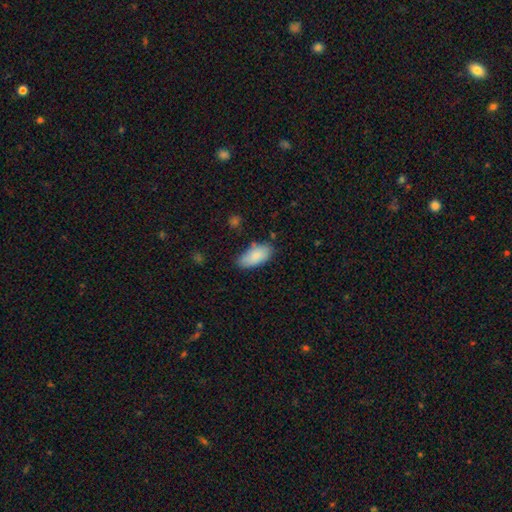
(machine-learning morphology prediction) Smooth or featured? smooth (85%)
How rounded? in between (92%)
Merging? none (74%)